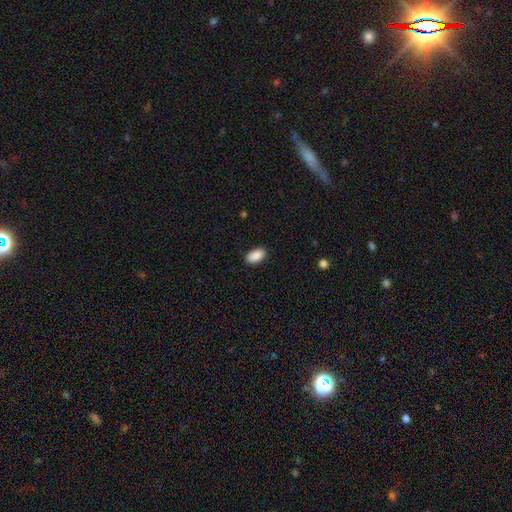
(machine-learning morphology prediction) This is clearly a smooth galaxy (90%). How rounded: clearly in between (94%). Merging: clearly none (88%).